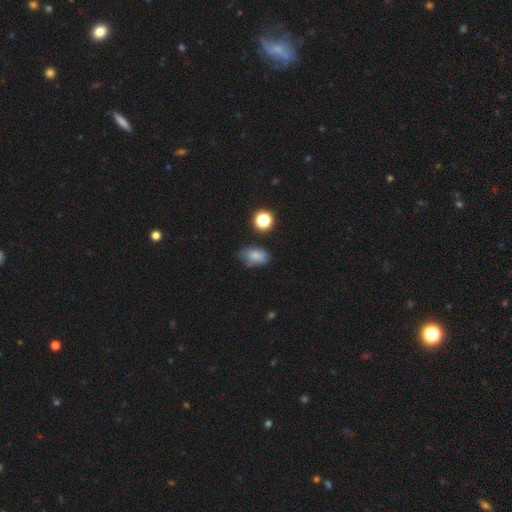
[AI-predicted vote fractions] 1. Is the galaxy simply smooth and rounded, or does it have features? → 80% smooth, 11% star or artifact, 9% featured or disk.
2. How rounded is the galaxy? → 84% in between, 14% round, 1% cigar-shaped.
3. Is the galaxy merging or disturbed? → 65% none, 25% minor disturbance, 6% major disturbance, 4% merger.